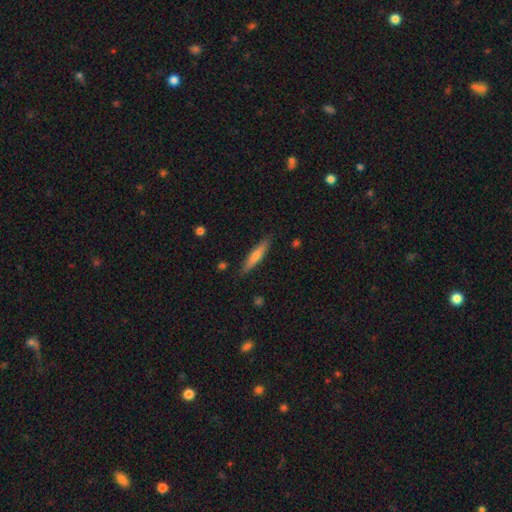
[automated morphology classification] Smooth or featured? smooth (56%)
How rounded? cigar-shaped (88%)
Merging? none (88%)